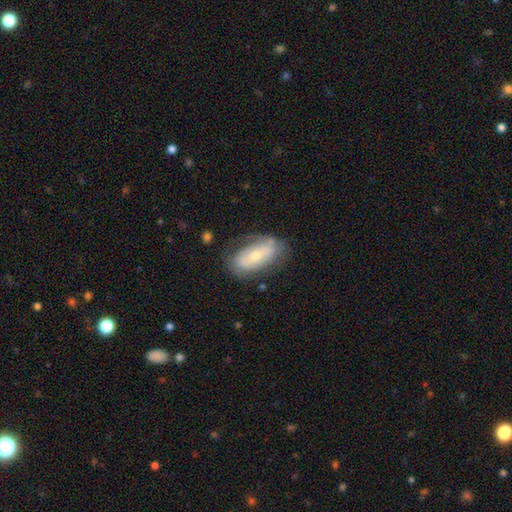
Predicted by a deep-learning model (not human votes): smooth 50%, featured or disk 43%, star or artifact 7%. Down the decision tree: merging — none (68%).